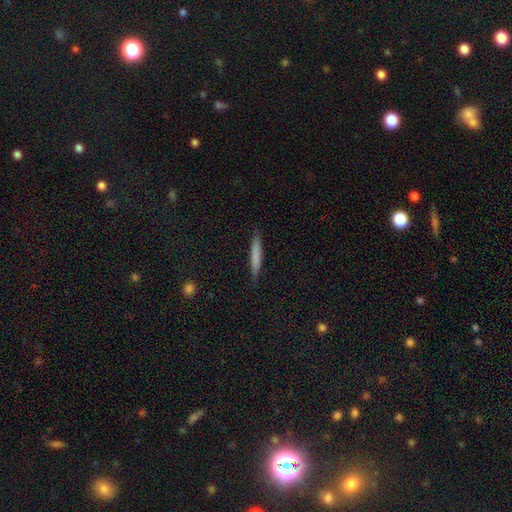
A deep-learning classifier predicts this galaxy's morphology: A smooth galaxy with no disk features (74%) that is cigar-shaped (95%). Merging: none (89%).